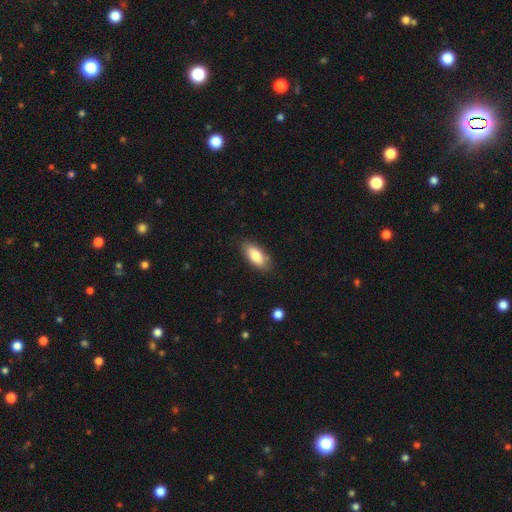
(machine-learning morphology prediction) type=smooth (81%); roundness=in between (85%); merging=none (82%).